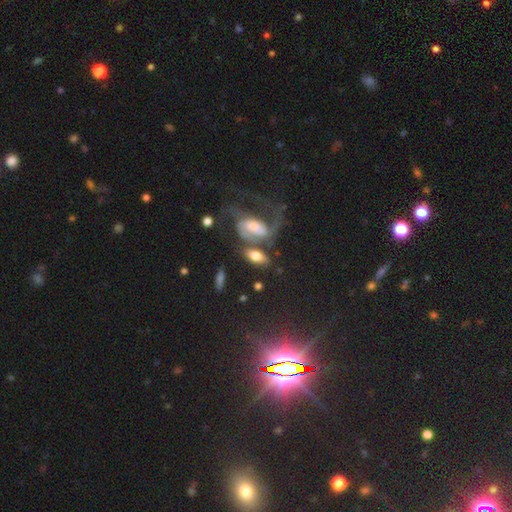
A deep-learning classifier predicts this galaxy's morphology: Smooth or featured?
  - smooth: 57% *
  - featured or disk: 33%
  - star or artifact: 9%
How rounded?
  - in between: 86% *
  - cigar-shaped: 9%
  - round: 6%
Merging?
  - none: 40% *
  - merger: 30%
  - major disturbance: 15%
  - minor disturbance: 14%